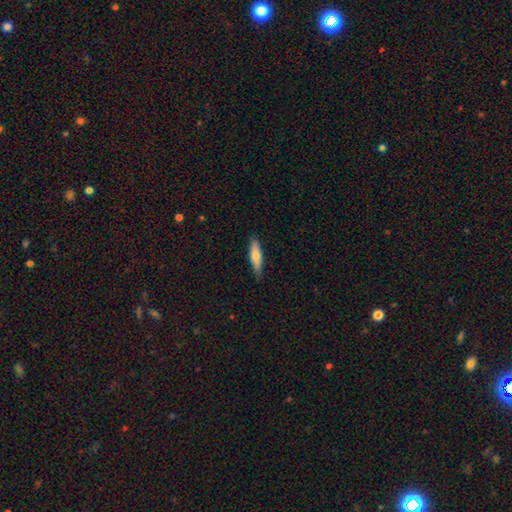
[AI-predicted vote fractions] smooth_or_featured: smooth (p=0.74) [alt: featured or disk p=0.21]
how_rounded: cigar-shaped (p=0.72) [alt: in between p=0.26]
merging: none (p=0.84) [alt: minor disturbance p=0.13]